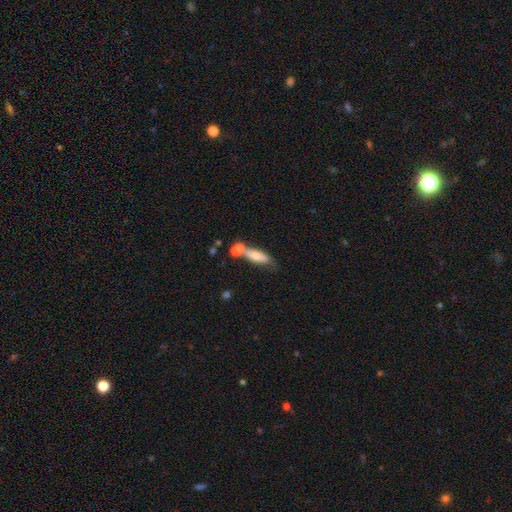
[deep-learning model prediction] Smooth or featured? Predicted: smooth (p=0.66). How rounded? Predicted: in between (p=0.53). Merging? Predicted: merger (p=0.41).